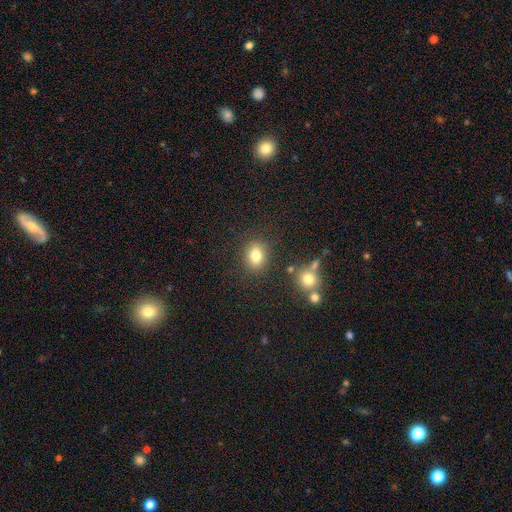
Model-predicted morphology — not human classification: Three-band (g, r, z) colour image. It shows a smooth galaxy with no disk features (79%) that is in between round and cigar-shaped (50%). Merging: none (82%).